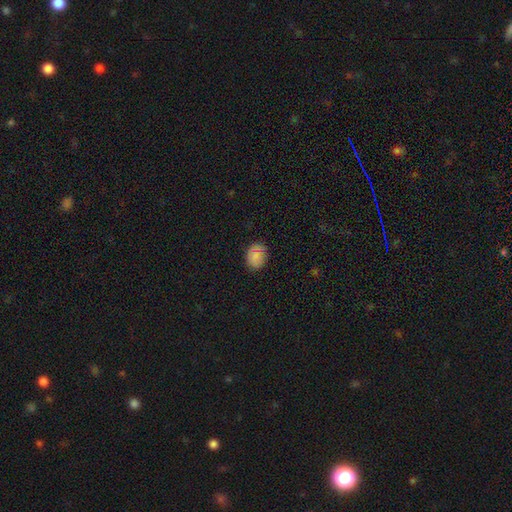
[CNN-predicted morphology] Q: Smooth or featured?
A: smooth (81%); runner-up: star or artifact (10%)
Q: How rounded?
A: in between (55%); runner-up: round (44%)
Q: Merging?
A: none (79%); runner-up: minor disturbance (17%)